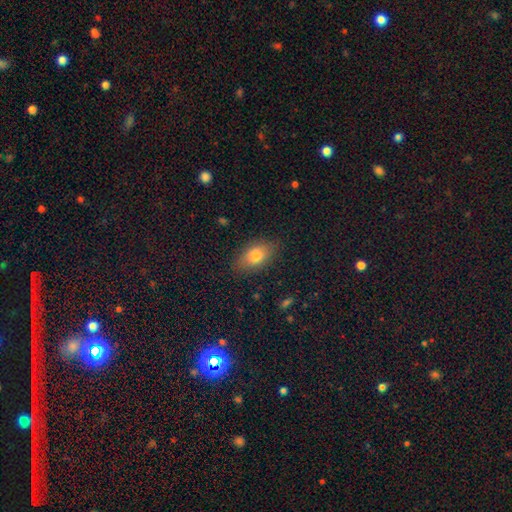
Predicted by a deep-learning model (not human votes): A smooth galaxy with no disk features (77%) that is in between round and cigar-shaped (85%). Merging: none (83%).